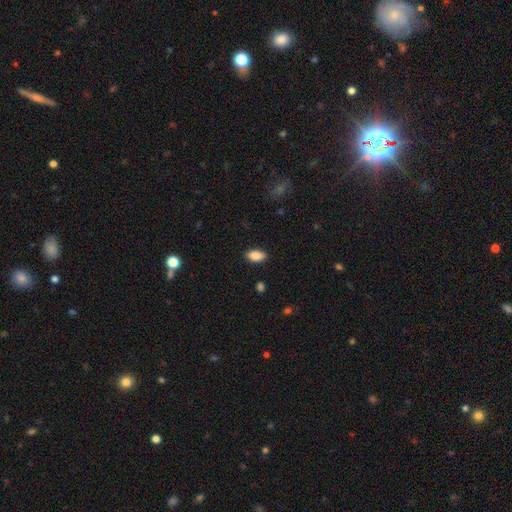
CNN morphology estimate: smooth-or-featured: smooth: 88% | star or artifact: 7% | featured or disk: 5%
  how-rounded: in between: 91% | cigar-shaped: 5% | round: 4%
  merging: none: 87% | minor disturbance: 9% | major disturbance: 2% | merger: 1%